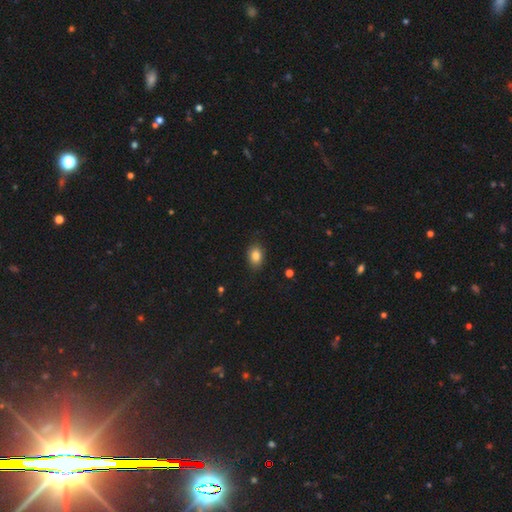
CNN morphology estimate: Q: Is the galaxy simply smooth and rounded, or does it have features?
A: smooth — 84%.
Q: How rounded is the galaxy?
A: in between — 78%.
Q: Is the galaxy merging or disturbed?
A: none — 85%.